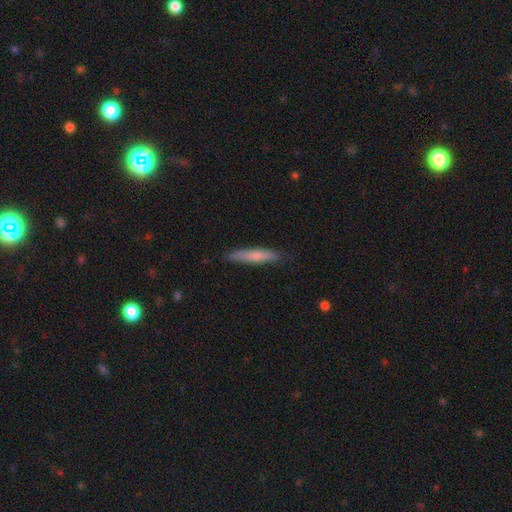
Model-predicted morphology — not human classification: This appears to be a smooth galaxy with no disk features (73%) that is cigar-shaped (91%). Merging: none (85%).